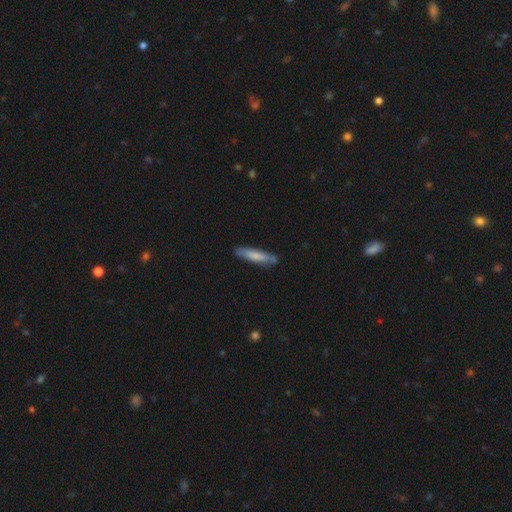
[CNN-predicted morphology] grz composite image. It shows a smooth galaxy with no disk features (72%) that is cigar-shaped (86%). Merging: none (82%).